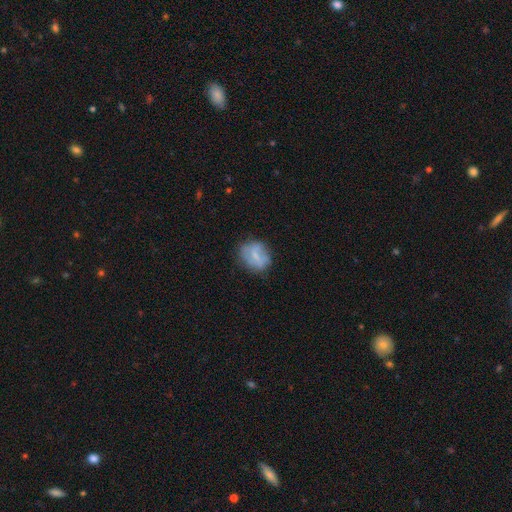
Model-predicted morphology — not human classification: Smooth or featured: smooth — 58% (featured or disk — 33%)
How rounded: round — 58% (in between — 41%)
Merging: none — 67% (minor disturbance — 22%)